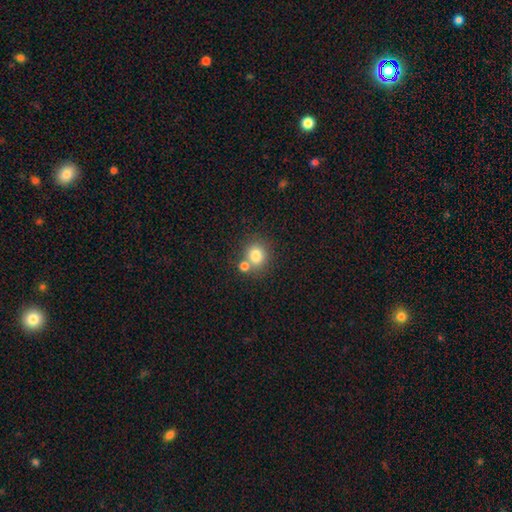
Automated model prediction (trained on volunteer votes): Smooth or featured: smooth — 80% (star or artifact — 12%)
How rounded: round — 82% (in between — 17%)
Merging: none — 60% (merger — 28%)